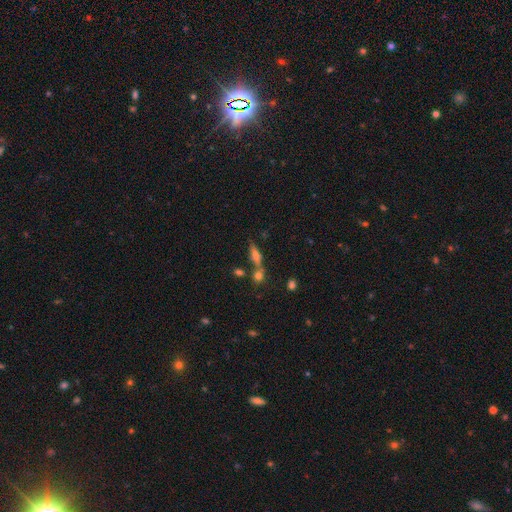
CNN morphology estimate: Overall: featured or disk (50%; smooth 35%). Edge-on disk: yes (87%). Merging: none (62%; merger 22%).